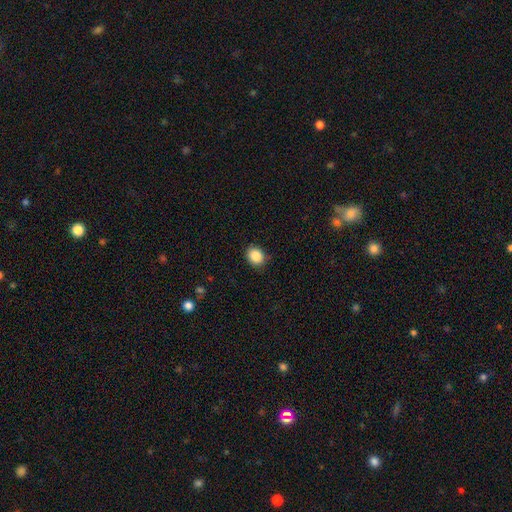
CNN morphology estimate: Smooth or featured? Predicted: smooth (p=0.87). How rounded? Predicted: round (p=0.59). Merging? Predicted: none (p=0.85).